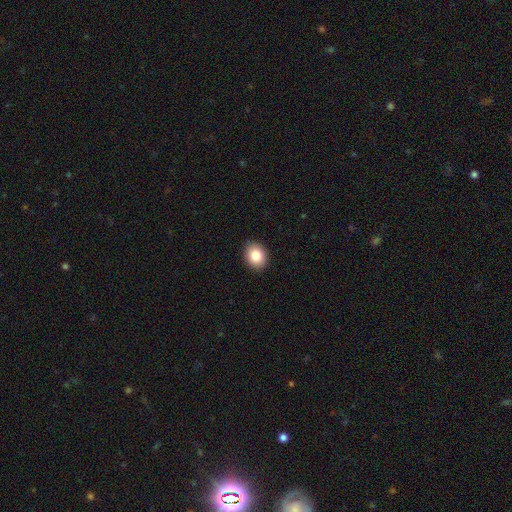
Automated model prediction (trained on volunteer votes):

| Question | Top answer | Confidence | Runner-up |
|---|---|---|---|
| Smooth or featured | smooth | 85% | star or artifact (8%) |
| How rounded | in between | 56% | round (43%) |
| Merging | none | 90% | minor disturbance (8%) |